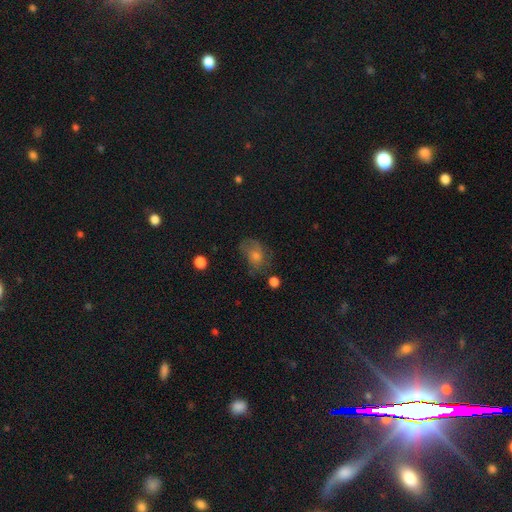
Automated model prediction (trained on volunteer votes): smooth 51%, featured or disk 30%, star or artifact 20%. Down the decision tree: how rounded — in between (61%); merging — none (48%).